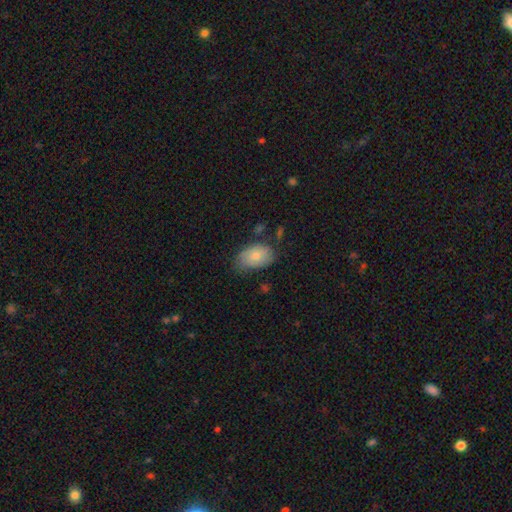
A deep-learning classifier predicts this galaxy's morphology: A smooth galaxy with no disk features (76%) that is in between round and cigar-shaped (91%). Merging: none (63%).